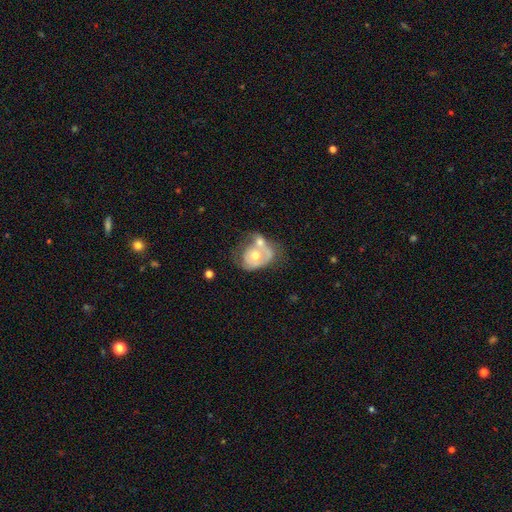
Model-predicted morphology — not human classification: smooth_or_featured: featured or disk (p=0.55) [alt: smooth p=0.39]
disk_edge_on: no (p=0.96) [alt: yes p=0.04]
bar: no (p=0.87) [alt: weak p=0.10]
has_spiral_arms: no (p=0.66) [alt: yes p=0.34]
bulge_size: moderate (p=0.74) [alt: small p=0.16]
merging: merger (p=0.56) [alt: none p=0.16]